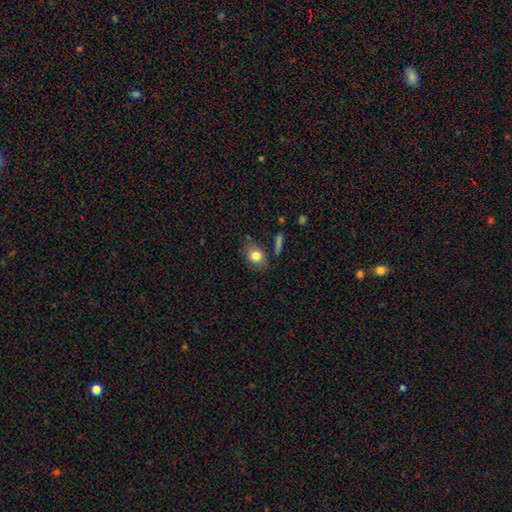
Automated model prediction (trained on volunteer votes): This is clearly a smooth galaxy (81%). How rounded: likely in between (66%). Merging: likely none (72%).